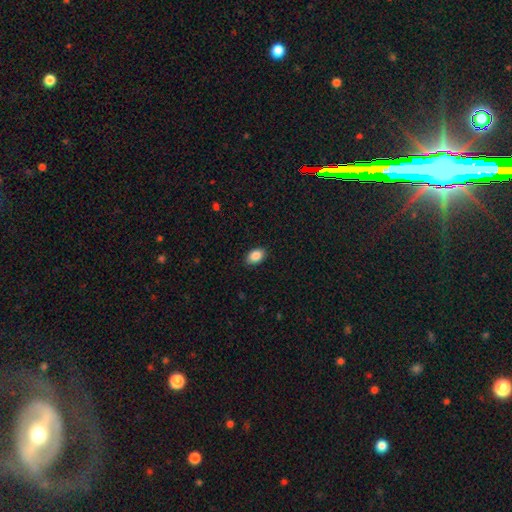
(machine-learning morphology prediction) Smooth or featured: smooth — 88% (star or artifact — 7%)
How rounded: in between — 87% (round — 11%)
Merging: none — 89% (minor disturbance — 8%)